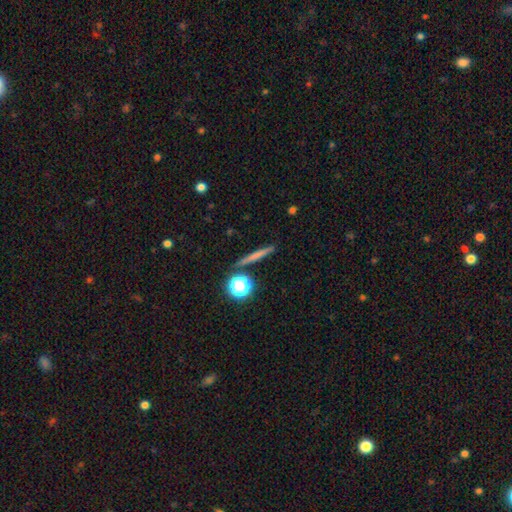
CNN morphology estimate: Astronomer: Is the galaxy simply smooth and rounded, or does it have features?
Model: smooth — 59%.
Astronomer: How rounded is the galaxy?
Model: cigar-shaped — 82%.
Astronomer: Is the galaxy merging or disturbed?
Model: none — 88%.